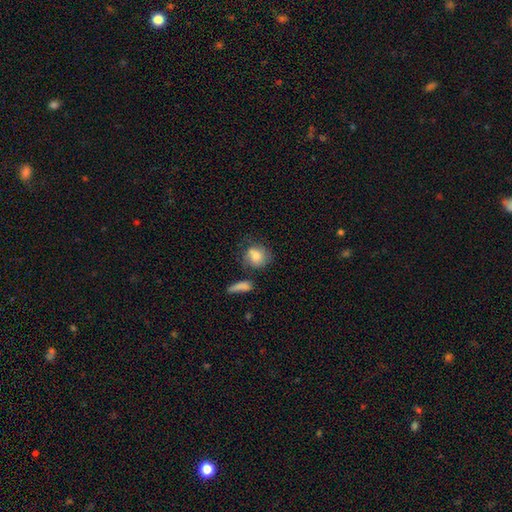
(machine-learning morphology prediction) smooth 75%, featured or disk 16%, star or artifact 9%. Down the decision tree: how rounded — round (69%); merging — none (54%).